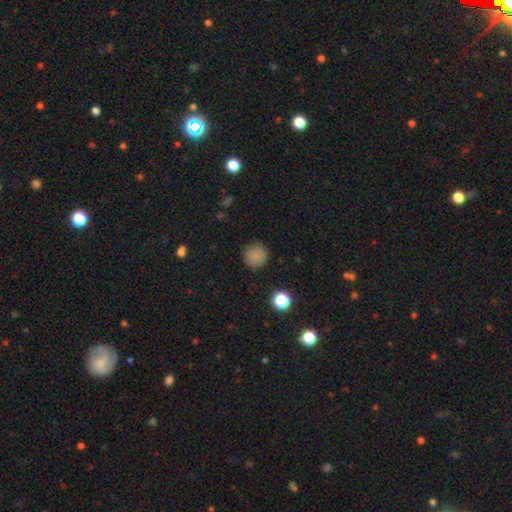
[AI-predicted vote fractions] Smooth or featured?
  - smooth: 82% *
  - star or artifact: 13%
  - featured or disk: 5%
How rounded?
  - round: 94% *
  - in between: 5%
  - cigar-shaped: 1%
Merging?
  - none: 87% *
  - minor disturbance: 9%
  - major disturbance: 3%
  - merger: 1%